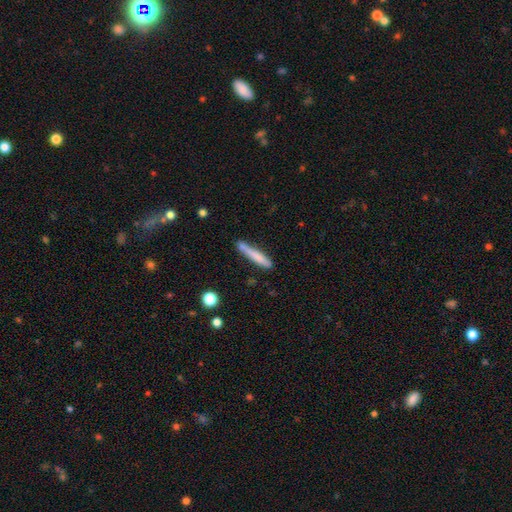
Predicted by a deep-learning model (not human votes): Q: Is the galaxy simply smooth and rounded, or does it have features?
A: smooth — 70%.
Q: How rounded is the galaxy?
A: cigar-shaped — 93%.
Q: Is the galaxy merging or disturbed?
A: none — 69%.